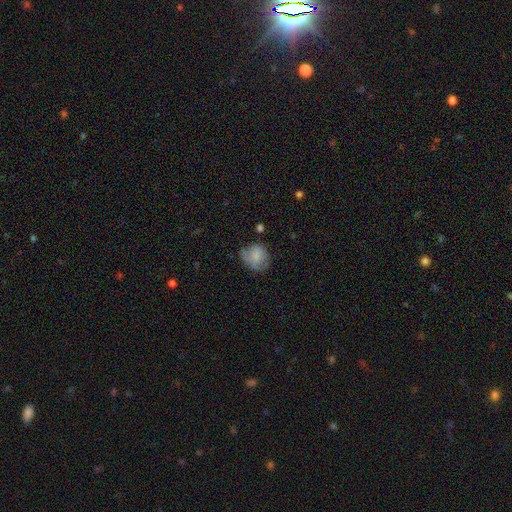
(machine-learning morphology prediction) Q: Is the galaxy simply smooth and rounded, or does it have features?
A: smooth — 74%.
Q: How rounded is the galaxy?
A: round — 66%.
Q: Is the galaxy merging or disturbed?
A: none — 54%.